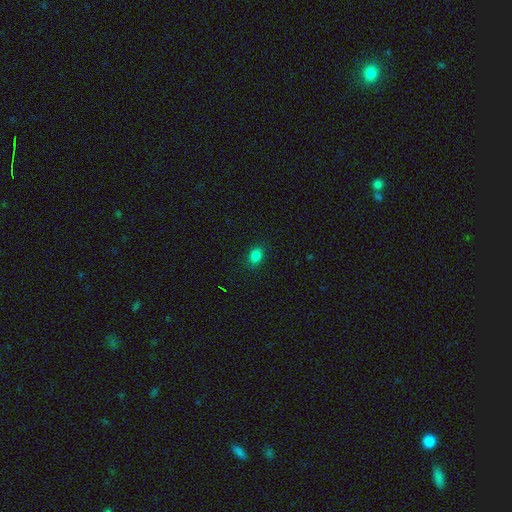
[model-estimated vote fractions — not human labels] A smooth galaxy with no disk features (83%) that is in between round and cigar-shaped (73%). Merging: none (88%).